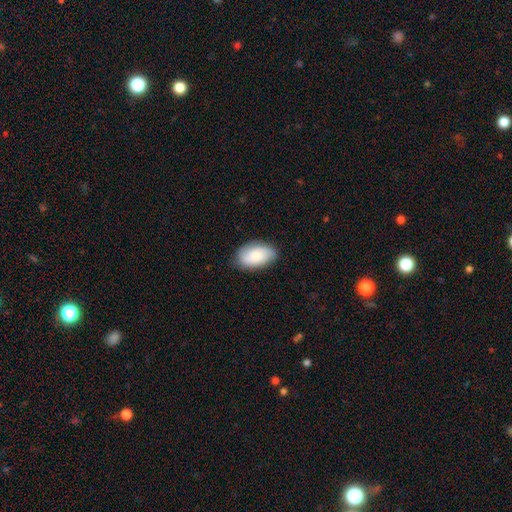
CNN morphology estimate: Q: Smooth or featured?
A: smooth (79%); runner-up: featured or disk (15%)
Q: How rounded?
A: in between (94%); runner-up: round (4%)
Q: Merging?
A: none (82%); runner-up: minor disturbance (14%)